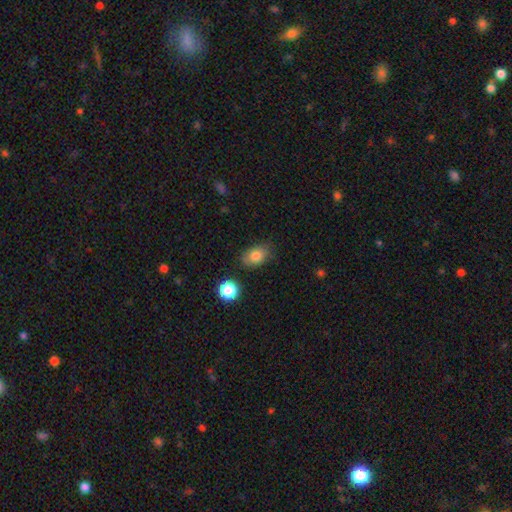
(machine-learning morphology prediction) The model was most divided on "merging": none: 74%, minor disturbance: 19%, major disturbance: 4%, merger: 3%. More confident: smooth or featured — smooth (80%); how rounded — in between (78%).